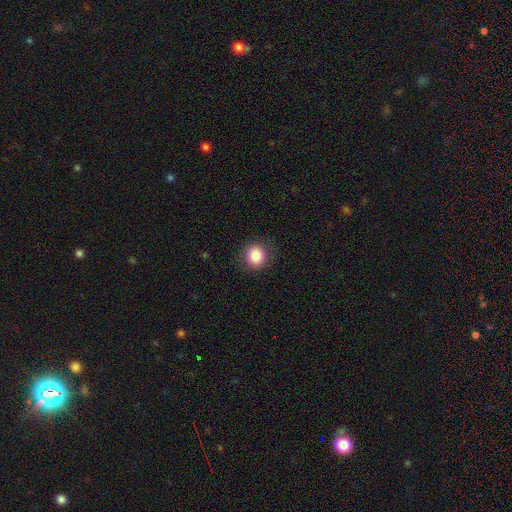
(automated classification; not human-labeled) Smooth or featured: smooth — 85% (star or artifact — 10%)
How rounded: round — 89% (in between — 10%)
Merging: none — 89% (minor disturbance — 7%)